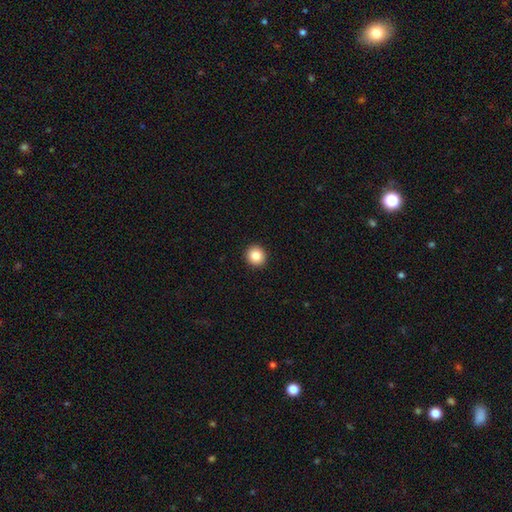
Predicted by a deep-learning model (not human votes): Q: Smooth or featured?
A: smooth (85%); runner-up: star or artifact (10%)
Q: How rounded?
A: round (93%); runner-up: in between (6%)
Q: Merging?
A: none (94%); runner-up: minor disturbance (4%)